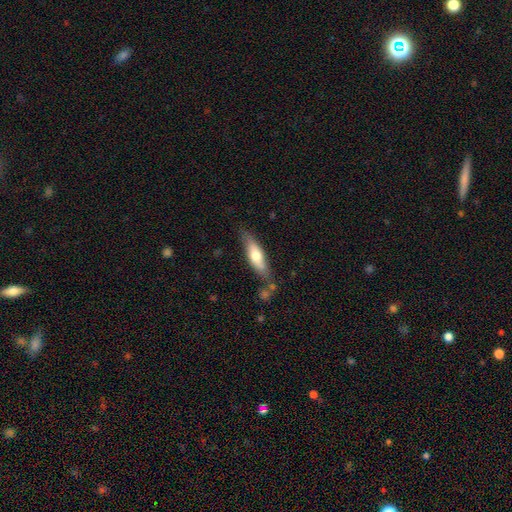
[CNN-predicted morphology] Smooth or featured?
  - smooth: 60% *
  - featured or disk: 34%
  - star or artifact: 6%
How rounded?
  - cigar-shaped: 57% *
  - in between: 41%
  - round: 2%
Merging?
  - none: 70% *
  - minor disturbance: 19%
  - merger: 6%
  - major disturbance: 4%